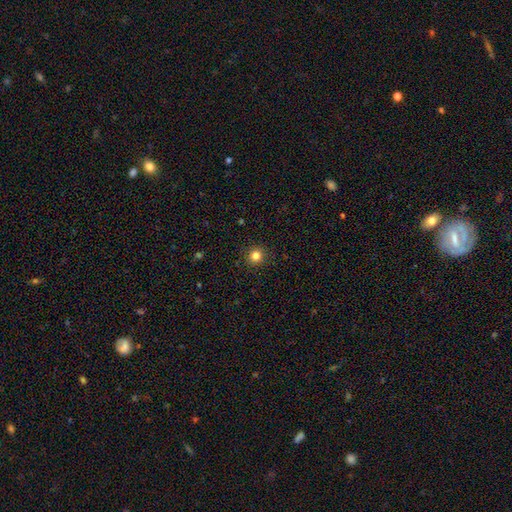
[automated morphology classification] Overall: smooth (83%). How rounded: round (94%). Merging: none (92%).